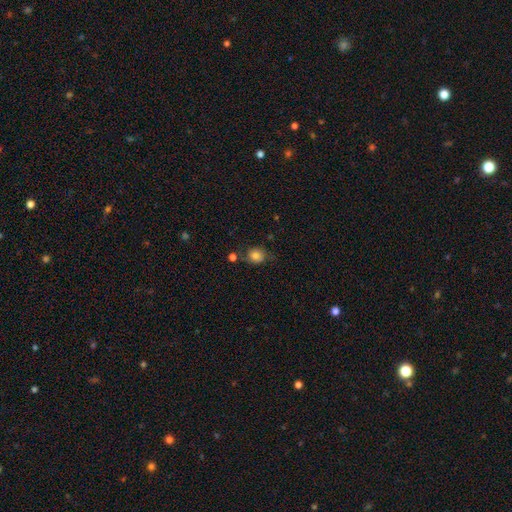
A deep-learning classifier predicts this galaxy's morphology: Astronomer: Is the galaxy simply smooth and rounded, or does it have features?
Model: smooth — 78%.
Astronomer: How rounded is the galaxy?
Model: round — 76%.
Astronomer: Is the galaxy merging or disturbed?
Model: none — 65%.